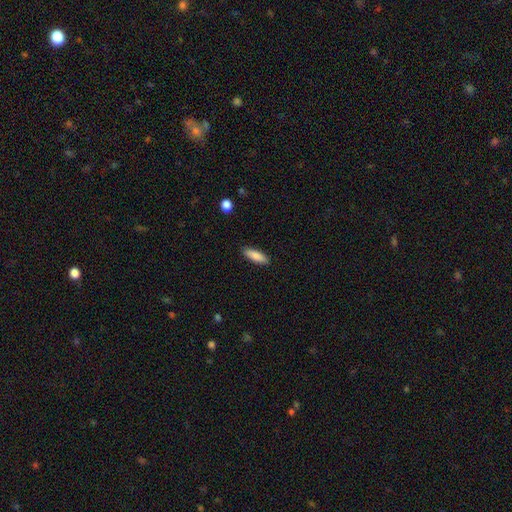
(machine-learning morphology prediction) This appears to be a smooth galaxy with no disk features (86%) that is cigar-shaped (51%). Merging: none (89%).